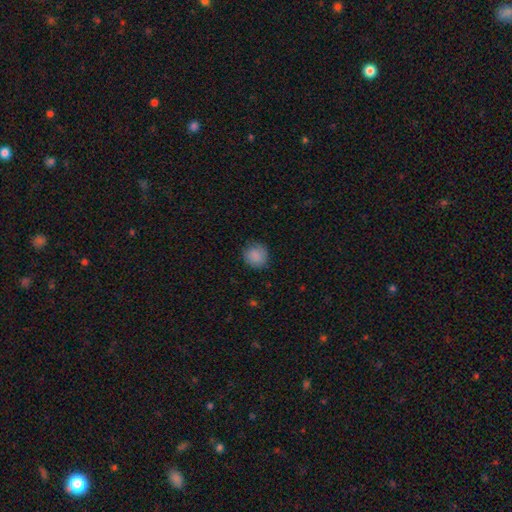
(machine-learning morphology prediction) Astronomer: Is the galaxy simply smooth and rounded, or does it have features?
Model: smooth — 87%.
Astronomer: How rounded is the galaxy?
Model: round — 88%.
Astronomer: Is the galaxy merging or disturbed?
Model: none — 81%.